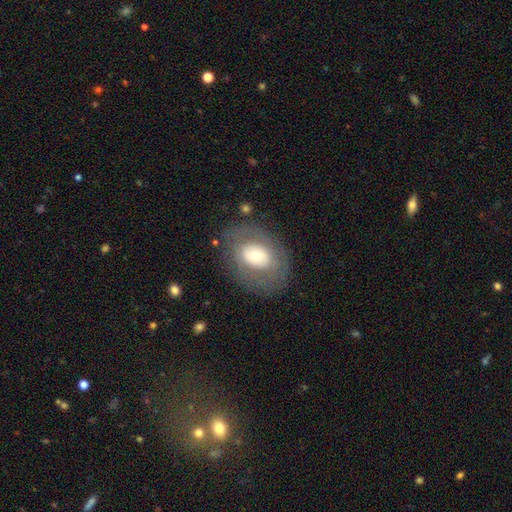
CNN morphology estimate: A smooth galaxy with no disk features (47%). Merging: none (76%).